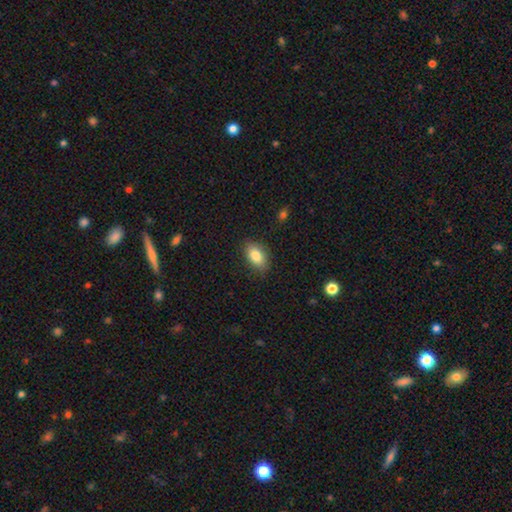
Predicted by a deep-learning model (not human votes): This is clearly a smooth galaxy (84%). How rounded: clearly in between (90%). Merging: clearly none (84%).